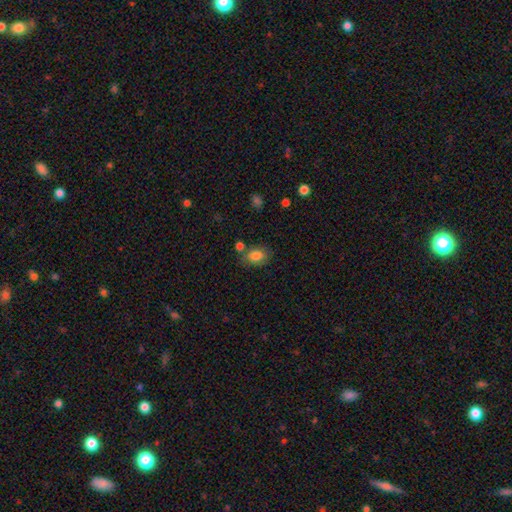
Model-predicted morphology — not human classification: A smooth galaxy with no disk features (83%) that is in between round and cigar-shaped (75%).

Vote fractions:
- Smooth or featured? smooth: 83% / star or artifact: 9% / featured or disk: 8%
- How rounded? in between: 75% / round: 24% / cigar-shaped: 1%
- Merging? none: 67% / minor disturbance: 17% / merger: 11% / major disturbance: 5%